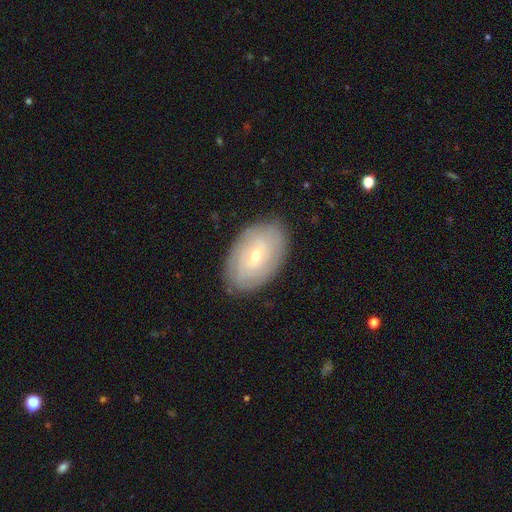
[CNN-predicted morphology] A featured or disk galaxy (61%) with no bar (53%), spiral arms (69%) and a small central bulge (58%). Merging: none (84%).